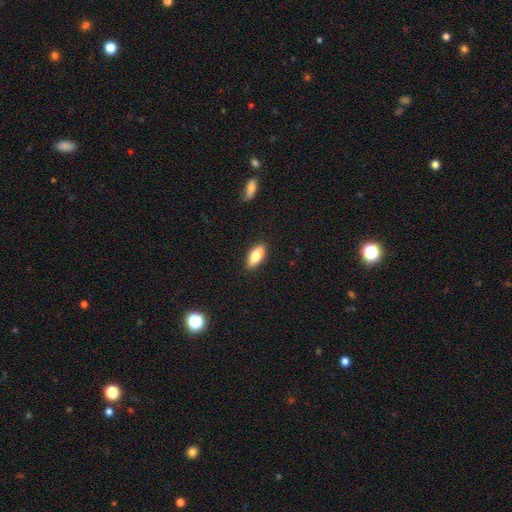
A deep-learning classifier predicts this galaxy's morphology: type=smooth (76%); roundness=in between (82%); merging=none (89%).